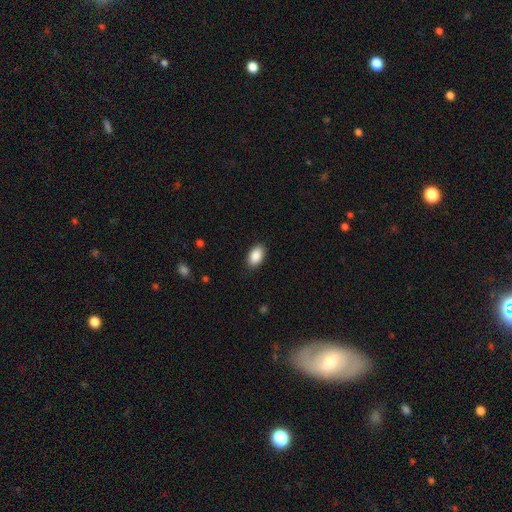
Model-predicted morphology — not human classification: Q: Smooth or featured?
A: smooth (89%); runner-up: star or artifact (7%)
Q: How rounded?
A: in between (93%); runner-up: round (5%)
Q: Merging?
A: none (88%); runner-up: minor disturbance (9%)